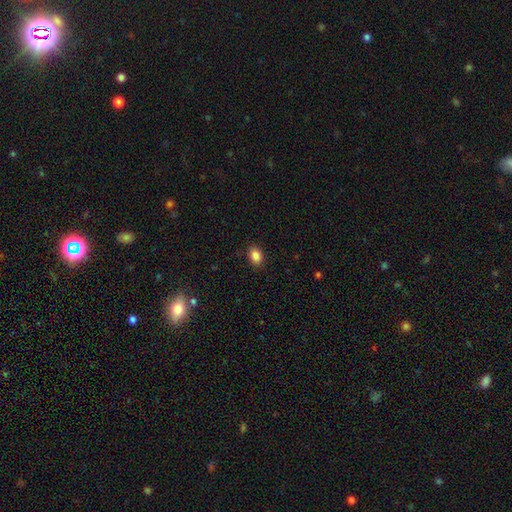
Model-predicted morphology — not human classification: smooth 86%, star or artifact 10%, featured or disk 4%. Down the decision tree: how rounded — in between (69%); merging — none (88%).